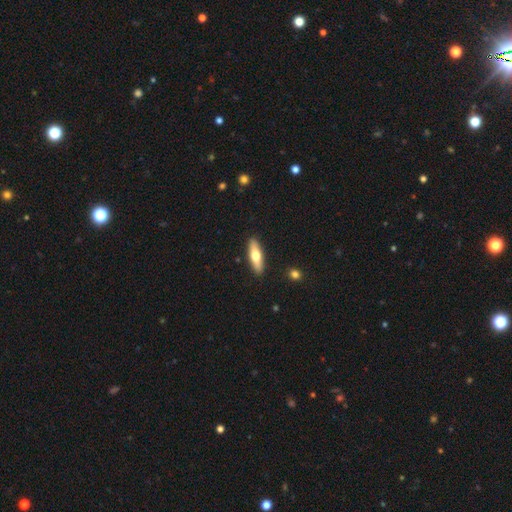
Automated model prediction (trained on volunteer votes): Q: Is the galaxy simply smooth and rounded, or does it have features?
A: smooth — 57%.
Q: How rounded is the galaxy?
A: cigar-shaped — 63%.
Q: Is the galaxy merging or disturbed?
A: none — 90%.